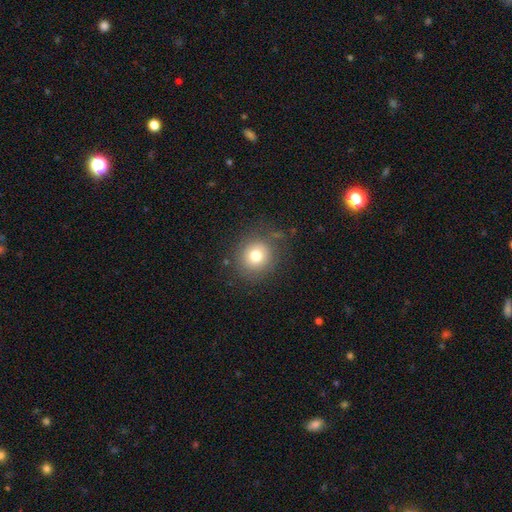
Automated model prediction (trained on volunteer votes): A smooth galaxy with no disk features (75%) that is round (89%). Merging: none (81%).